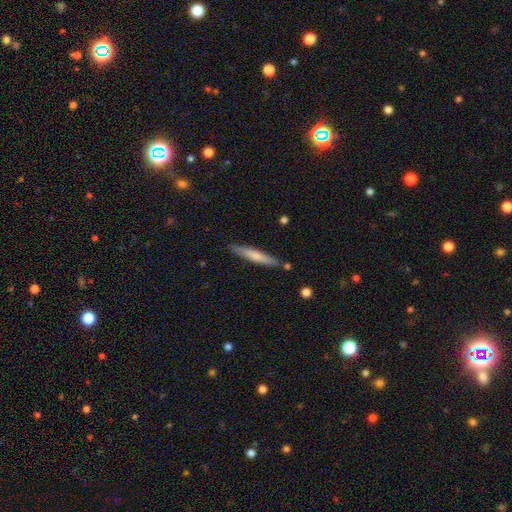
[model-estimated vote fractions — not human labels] smooth-or-featured: smooth: 67% | featured or disk: 28% | star or artifact: 5%
  how-rounded: cigar-shaped: 93% | in between: 5% | round: 1%
  merging: none: 85% | minor disturbance: 10% | merger: 3% | major disturbance: 2%